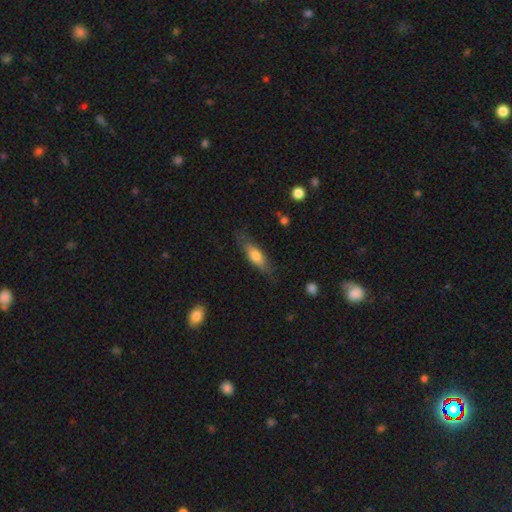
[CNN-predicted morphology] Smooth or featured: smooth — 64% (featured or disk — 29%)
How rounded: cigar-shaped — 50% (in between — 47%)
Merging: none — 75% (minor disturbance — 19%)